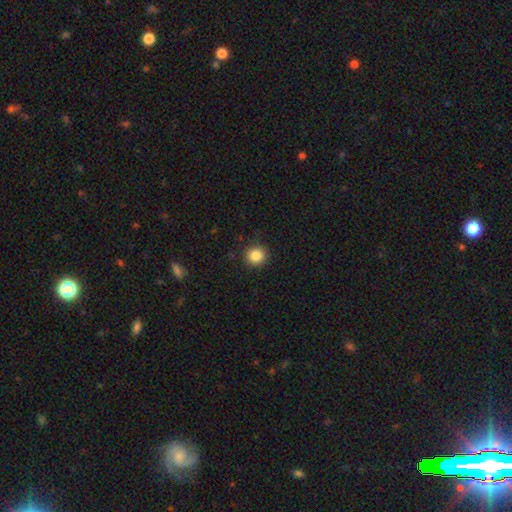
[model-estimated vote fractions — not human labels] Q: Smooth or featured?
A: smooth (85%); runner-up: star or artifact (10%)
Q: How rounded?
A: round (93%); runner-up: in between (7%)
Q: Merging?
A: none (91%); runner-up: minor disturbance (6%)